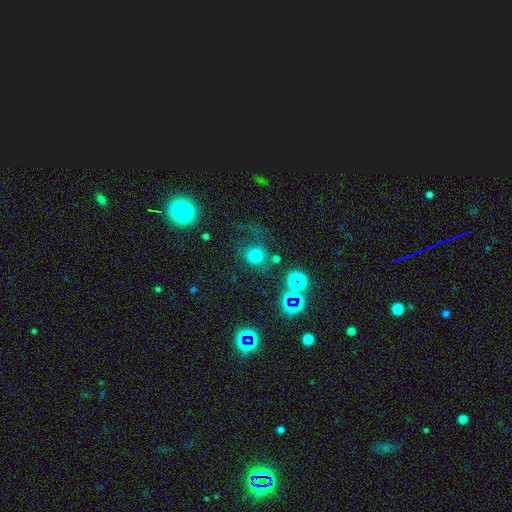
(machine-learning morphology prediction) The model was most divided on "merging": none: 59%, minor disturbance: 17%, major disturbance: 16%, merger: 8%. More confident: how rounded — round (82%); smooth or featured — smooth (70%).